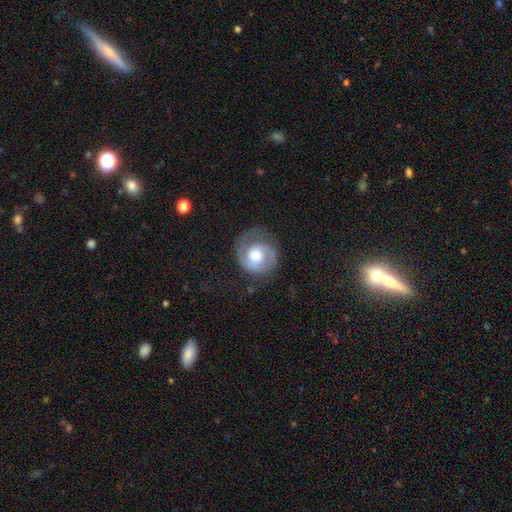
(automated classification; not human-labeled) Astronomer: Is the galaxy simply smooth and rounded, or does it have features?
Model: featured or disk — 63%.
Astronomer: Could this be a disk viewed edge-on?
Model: no — 97%.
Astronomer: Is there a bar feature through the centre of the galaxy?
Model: no — 70%.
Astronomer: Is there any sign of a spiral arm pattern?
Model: yes — 83%.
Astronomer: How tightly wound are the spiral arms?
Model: tight — 49% (runner-up: medium, 36%).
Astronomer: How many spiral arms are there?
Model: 2 — 51% (runner-up: 1, 36%).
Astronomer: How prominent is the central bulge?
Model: moderate — 59%.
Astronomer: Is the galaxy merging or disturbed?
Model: none — 60%.